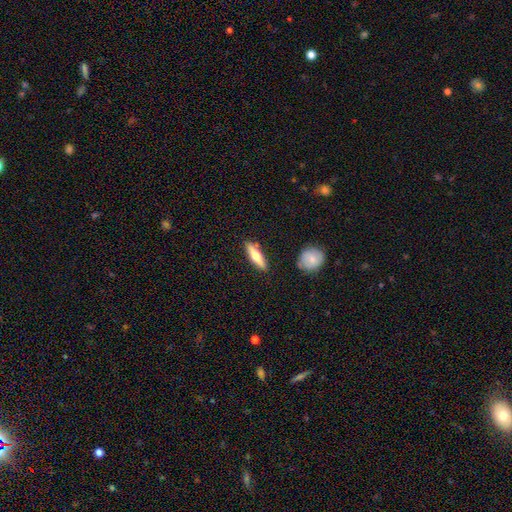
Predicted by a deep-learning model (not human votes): This appears to be a smooth galaxy with no disk features (56%) that is cigar-shaped (69%). Merging: none (86%).